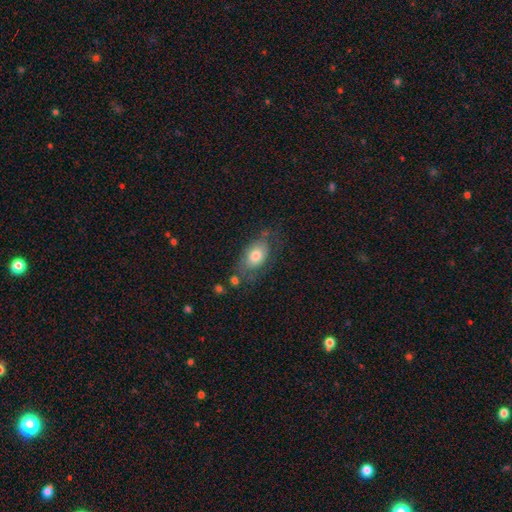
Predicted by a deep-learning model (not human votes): Q: Smooth or featured?
A: smooth (71%); runner-up: featured or disk (21%)
Q: How rounded?
A: in between (87%); runner-up: round (11%)
Q: Merging?
A: none (55%); runner-up: minor disturbance (26%)